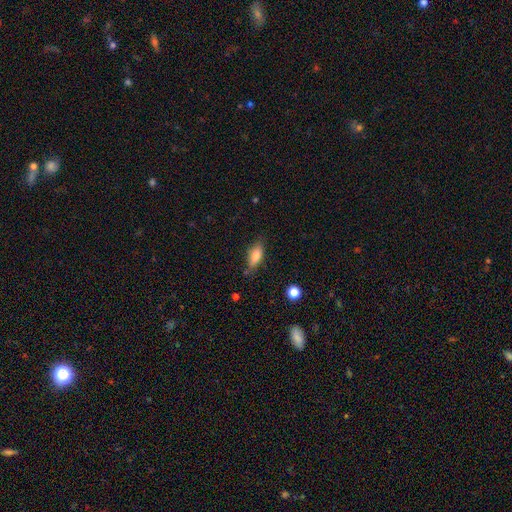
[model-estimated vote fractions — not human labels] smooth_or_featured: smooth (p=0.72) [alt: featured or disk p=0.20]
how_rounded: in between (p=0.71) [alt: cigar-shaped p=0.26]
merging: none (p=0.74) [alt: minor disturbance p=0.19]